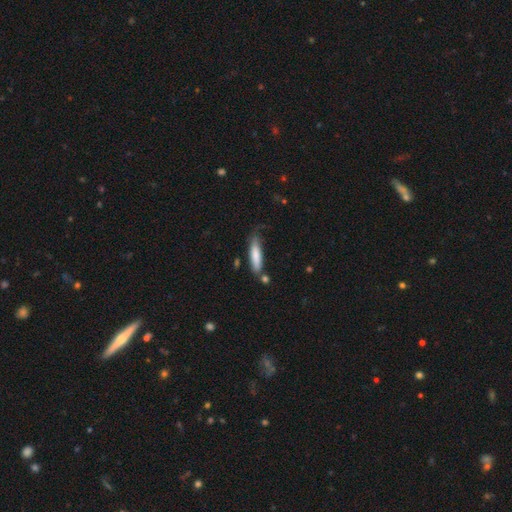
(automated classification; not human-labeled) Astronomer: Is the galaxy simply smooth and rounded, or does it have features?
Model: smooth — 77%.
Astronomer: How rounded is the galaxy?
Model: cigar-shaped — 76%.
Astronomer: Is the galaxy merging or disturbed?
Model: none — 59%.